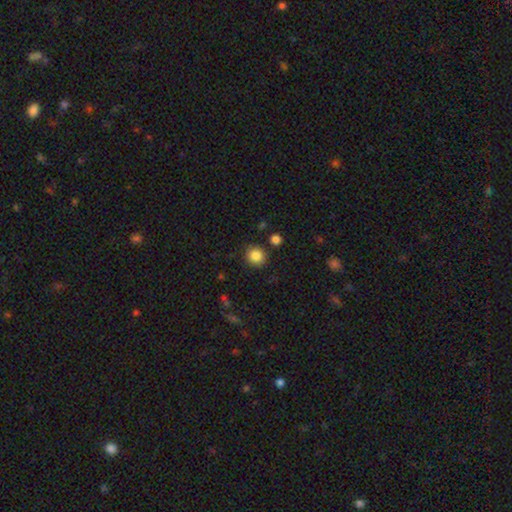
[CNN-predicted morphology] The model was most divided on "smooth or featured": smooth: 85%, star or artifact: 10%, featured or disk: 5%. More confident: how rounded — round (90%); merging — none (87%).